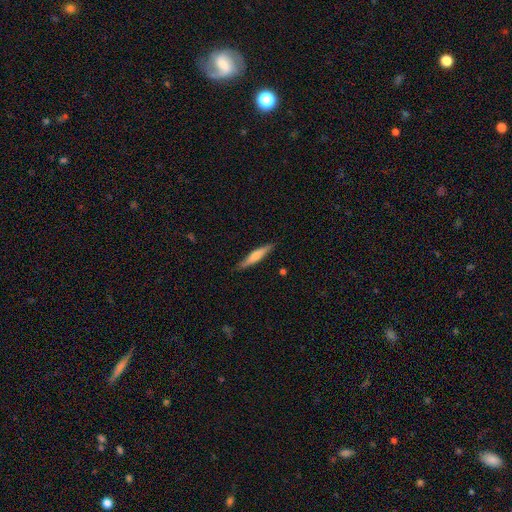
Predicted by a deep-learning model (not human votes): Q: Smooth or featured?
A: smooth (57%); runner-up: featured or disk (38%)
Q: How rounded?
A: cigar-shaped (89%); runner-up: in between (9%)
Q: Merging?
A: none (87%); runner-up: minor disturbance (10%)